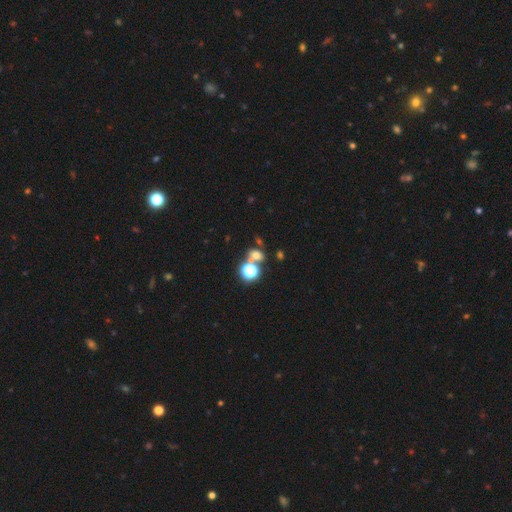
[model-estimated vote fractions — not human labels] The model was most divided on "how rounded": round: 54%, in between: 43%, cigar-shaped: 3%. More confident: smooth or featured — smooth (57%); merging — none (56%).